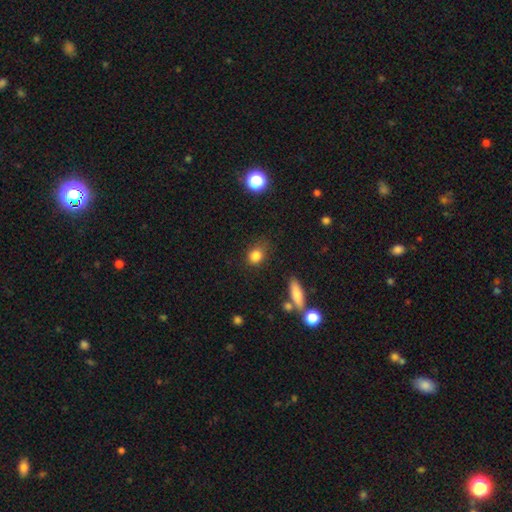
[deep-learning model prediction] smooth-or-featured: smooth: 84% | star or artifact: 11% | featured or disk: 5%
  how-rounded: round: 59% | in between: 38% | cigar-shaped: 2%
  merging: none: 75% | minor disturbance: 17% | major disturbance: 5% | merger: 3%